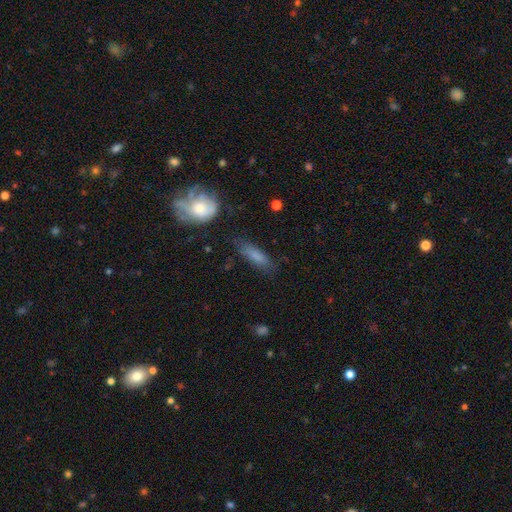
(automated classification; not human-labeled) Smooth or featured? Predicted: smooth (p=0.75). How rounded? Predicted: cigar-shaped (p=0.56). Merging? Predicted: none (p=0.67).